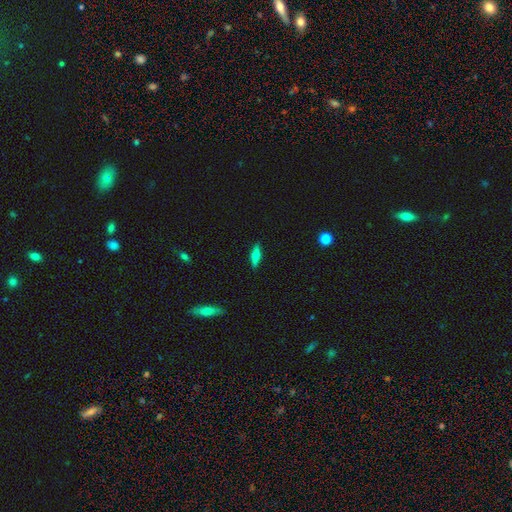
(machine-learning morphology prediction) The model was most divided on "smooth or featured": smooth: 59%, featured or disk: 34%, star or artifact: 7%. More confident: merging — none (88%); how rounded — cigar-shaped (71%).